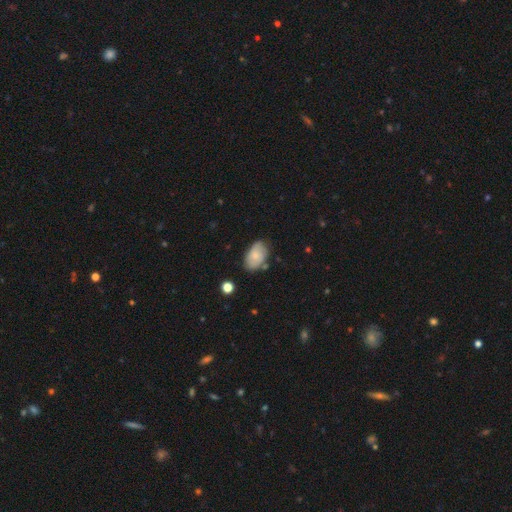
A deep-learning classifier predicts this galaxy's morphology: Smooth or featured: smooth — 58% (featured or disk — 34%)
How rounded: in between — 90% (round — 9%)
Merging: none — 69% (minor disturbance — 23%)